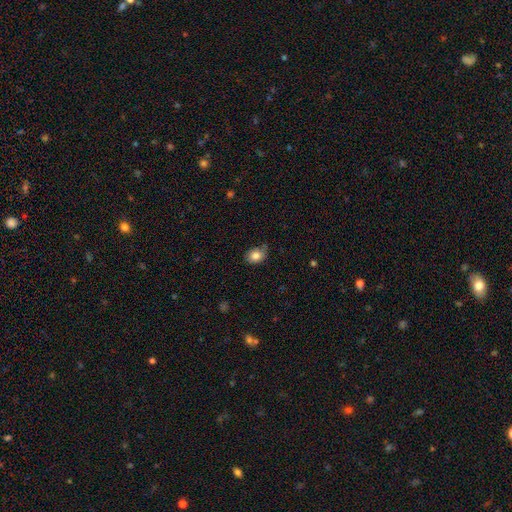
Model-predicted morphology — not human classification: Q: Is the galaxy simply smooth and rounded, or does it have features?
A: smooth — 83%.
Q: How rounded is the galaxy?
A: in between — 52%.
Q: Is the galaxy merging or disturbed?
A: none — 65%.